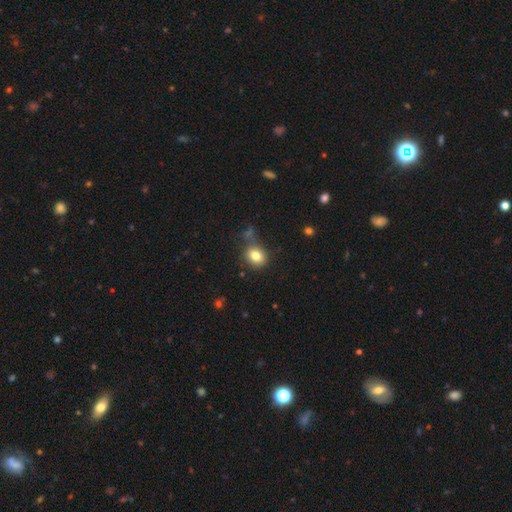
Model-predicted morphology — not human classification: Overall: smooth (81%). How rounded: round (62%; in between 37%). Merging: none (71%).